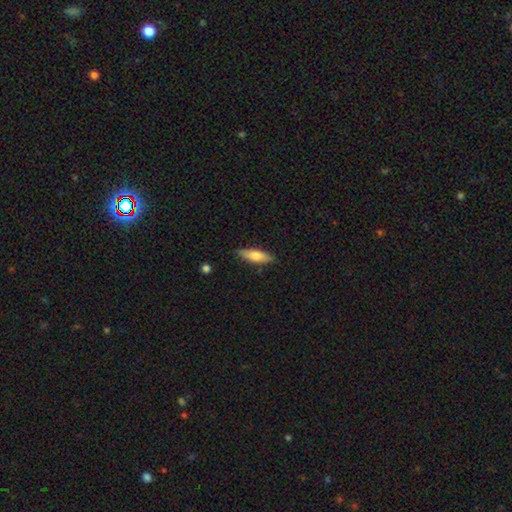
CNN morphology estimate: smooth 71%, featured or disk 24%, star or artifact 6%. Down the decision tree: how rounded — cigar-shaped (50%); merging — none (85%).